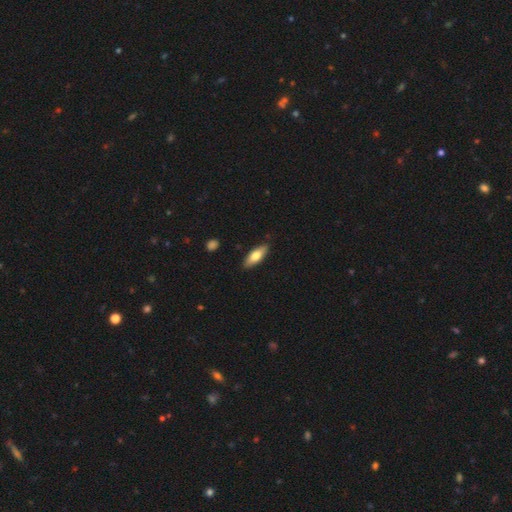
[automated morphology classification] smooth_or_featured: smooth (p=0.70) [alt: featured or disk p=0.24]
how_rounded: in between (p=0.64) [alt: cigar-shaped p=0.34]
merging: none (p=0.86) [alt: minor disturbance p=0.10]